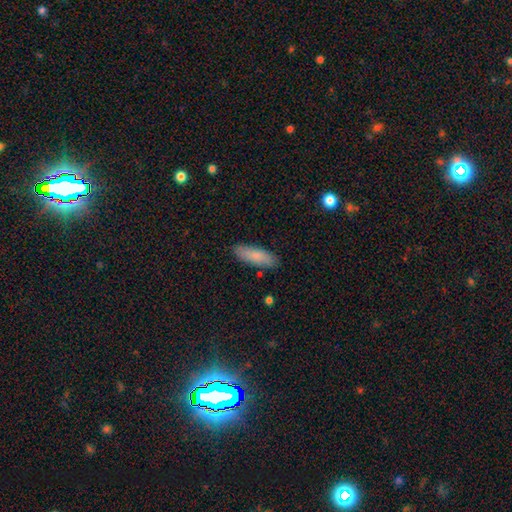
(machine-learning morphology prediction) This appears to be a smooth galaxy with no disk features (82%) that is in between round and cigar-shaped (52%). Merging: none (86%).